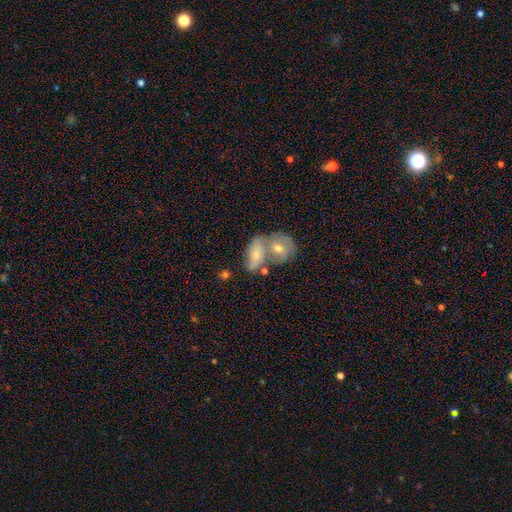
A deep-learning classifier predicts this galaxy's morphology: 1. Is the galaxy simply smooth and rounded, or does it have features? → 58% smooth, 34% featured or disk, 8% star or artifact.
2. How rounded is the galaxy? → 78% in between, 17% round, 5% cigar-shaped.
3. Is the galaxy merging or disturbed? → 60% merger, 24% none, 10% minor disturbance, 6% major disturbance.